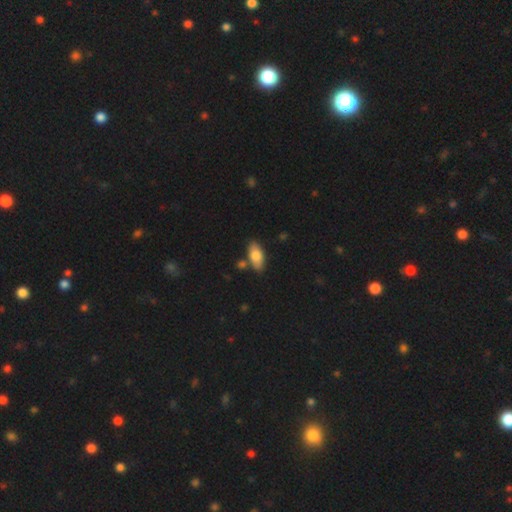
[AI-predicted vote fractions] Smooth or featured? smooth (79%)
How rounded? in between (89%)
Merging? none (78%)